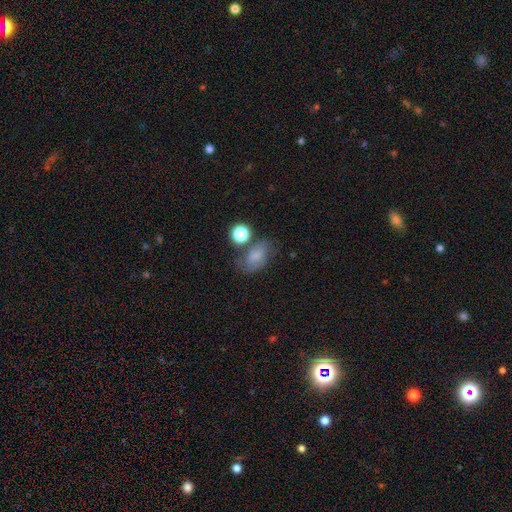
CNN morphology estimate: A smooth galaxy with no disk features (62%) that is in between round and cigar-shaped (77%).

Vote fractions:
- Smooth or featured? smooth: 62% / featured or disk: 25% / star or artifact: 13%
- How rounded? in between: 77% / round: 21% / cigar-shaped: 2%
- Merging? none: 50% / minor disturbance: 24% / major disturbance: 13% / merger: 13%